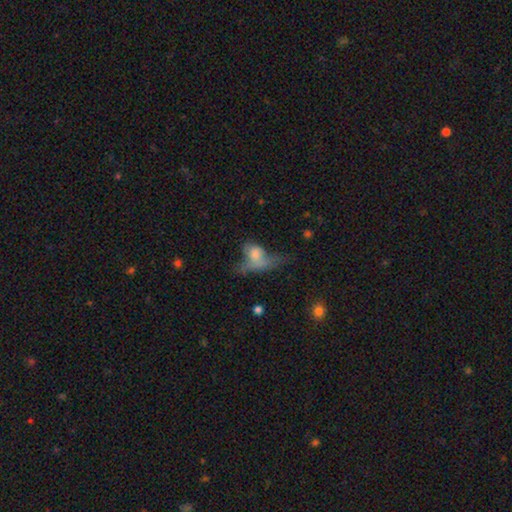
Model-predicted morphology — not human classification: Overall: smooth (57%; featured or disk 31%). How rounded: in between (76%). Merging: major disturbance (50%; none 17%).